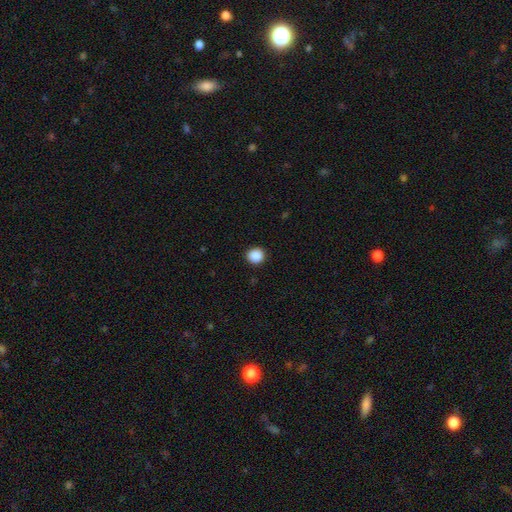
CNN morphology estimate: Smooth or featured? Predicted: smooth (p=0.89). How rounded? Predicted: round (p=0.89). Merging? Predicted: none (p=0.92).